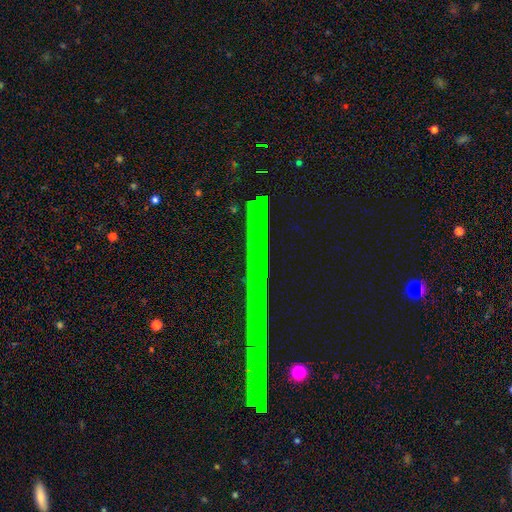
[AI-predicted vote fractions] Smooth or featured? star or artifact (67%)